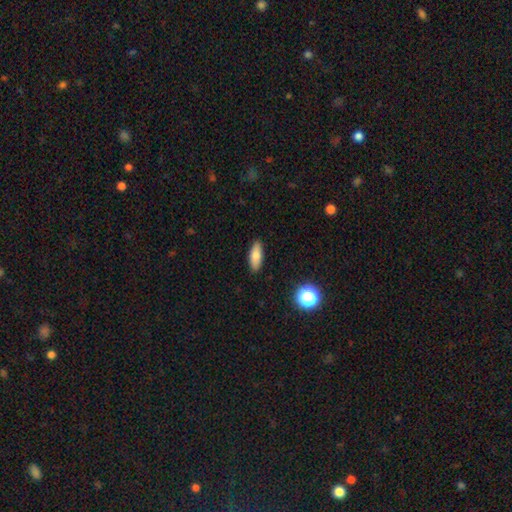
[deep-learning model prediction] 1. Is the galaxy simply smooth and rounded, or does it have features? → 79% smooth, 12% featured or disk, 8% star or artifact.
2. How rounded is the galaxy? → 75% in between, 22% cigar-shaped, 3% round.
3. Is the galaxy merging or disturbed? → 89% none, 8% minor disturbance, 2% major disturbance, 1% merger.